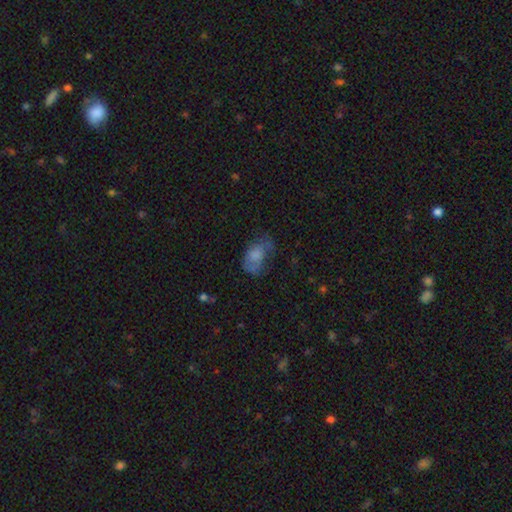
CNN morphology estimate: smooth-or-featured: smooth: 64% | featured or disk: 25% | star or artifact: 11%
  how-rounded: in between: 86% | round: 11% | cigar-shaped: 2%
  merging: none: 35% | major disturbance: 32% | minor disturbance: 30% | merger: 4%